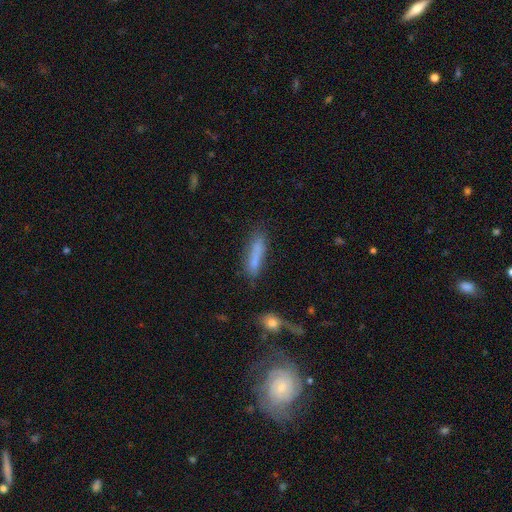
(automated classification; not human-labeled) A smooth galaxy with no disk features (75%) that is cigar-shaped (79%).

Vote fractions:
- Smooth or featured? smooth: 75% / featured or disk: 15% / star or artifact: 9%
- How rounded? cigar-shaped: 79% / in between: 19% / round: 2%
- Merging? none: 70% / minor disturbance: 18% / major disturbance: 6% / merger: 5%